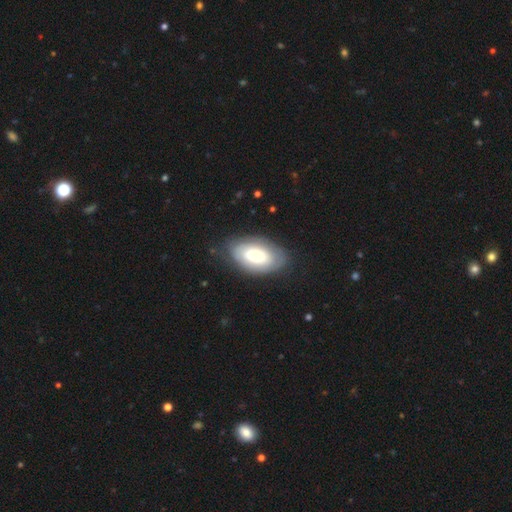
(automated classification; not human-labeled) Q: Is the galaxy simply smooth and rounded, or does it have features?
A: smooth — 51%.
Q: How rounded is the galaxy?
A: in between — 91%.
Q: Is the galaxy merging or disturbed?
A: none — 76%.